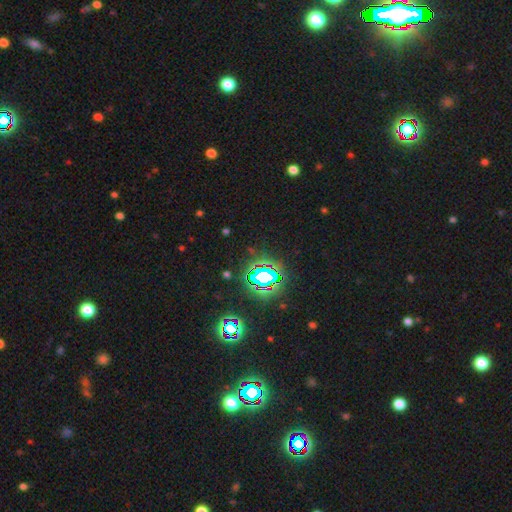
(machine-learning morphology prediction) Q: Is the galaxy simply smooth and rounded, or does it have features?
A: star or artifact — 81%.